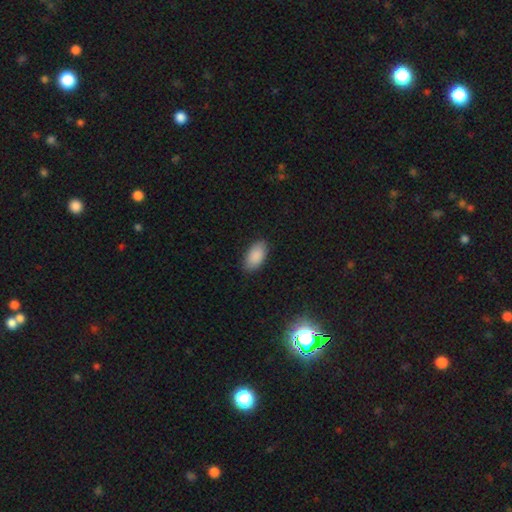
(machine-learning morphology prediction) Smooth or featured?
  - smooth: 89% *
  - star or artifact: 7%
  - featured or disk: 4%
How rounded?
  - in between: 94% *
  - round: 3%
  - cigar-shaped: 3%
Merging?
  - none: 87% *
  - minor disturbance: 10%
  - major disturbance: 2%
  - merger: 1%